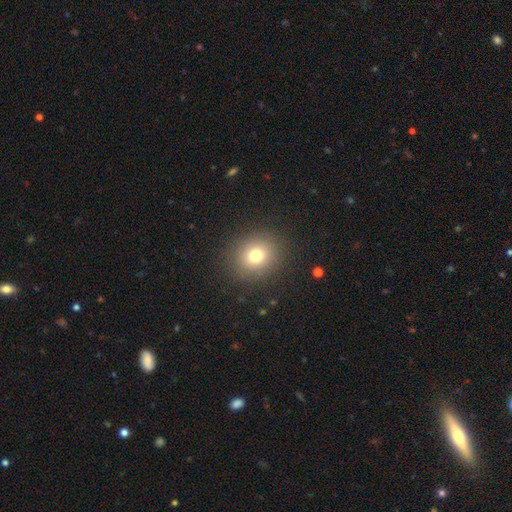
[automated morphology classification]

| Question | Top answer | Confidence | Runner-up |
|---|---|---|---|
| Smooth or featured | smooth | 75% | star or artifact (15%) |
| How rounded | round | 82% | in between (17%) |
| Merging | none | 88% | minor disturbance (7%) |